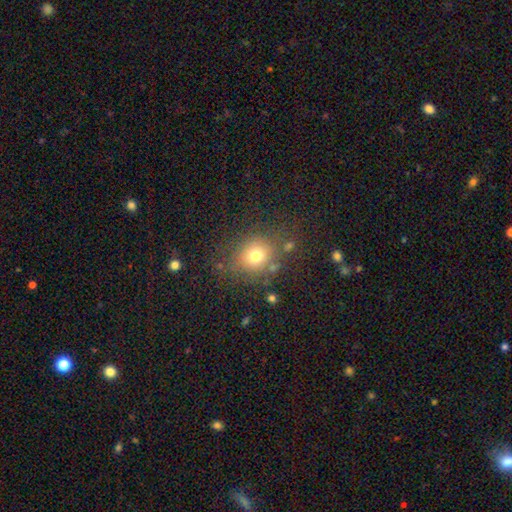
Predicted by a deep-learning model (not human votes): This appears to be a smooth galaxy with no disk features (73%) that is round (74%). Merging: none (76%).